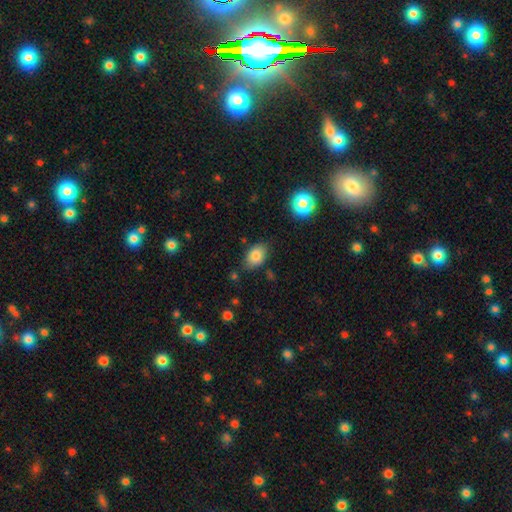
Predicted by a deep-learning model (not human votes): smooth-or-featured: smooth: 83% | star or artifact: 9% | featured or disk: 8%
  how-rounded: in between: 85% | round: 13% | cigar-shaped: 1%
  merging: none: 78% | minor disturbance: 16% | major disturbance: 3% | merger: 3%